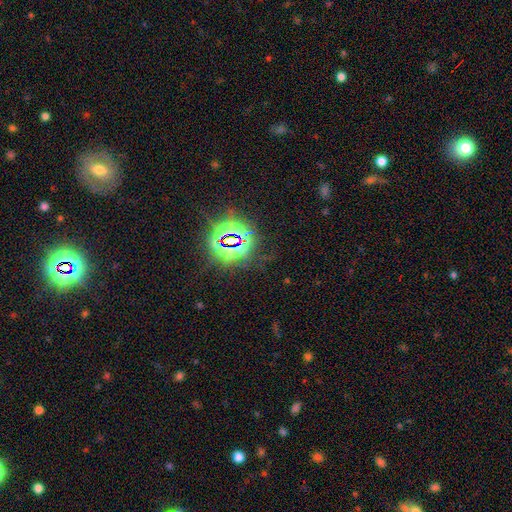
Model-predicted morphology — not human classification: This appears to be a star or artifact, not a galaxy (79%).